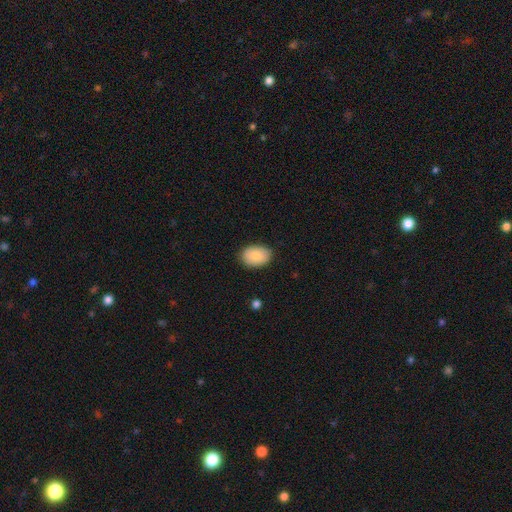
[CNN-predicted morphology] Q: Smooth or featured?
A: smooth (85%); runner-up: featured or disk (8%)
Q: How rounded?
A: in between (84%); runner-up: round (15%)
Q: Merging?
A: none (86%); runner-up: minor disturbance (11%)